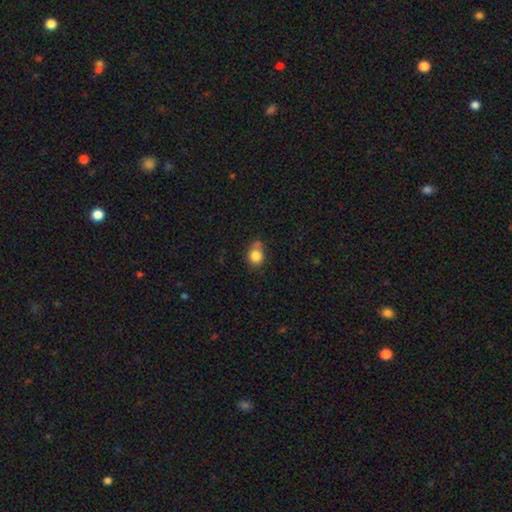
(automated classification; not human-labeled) Smooth or featured? Predicted: smooth (p=0.82). How rounded? Predicted: round (p=0.66). Merging? Predicted: none (p=0.54).